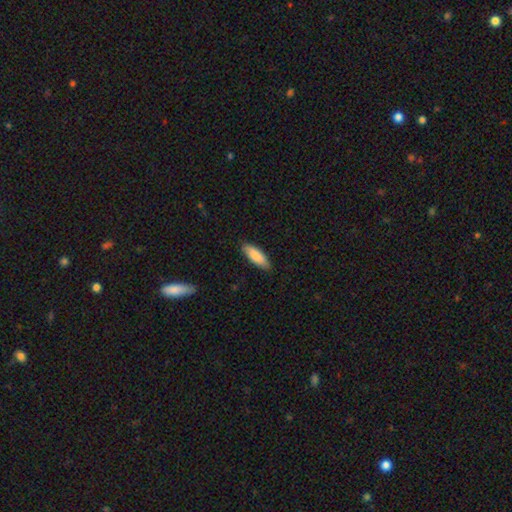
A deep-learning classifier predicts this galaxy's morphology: The model was most divided on "how rounded": in between: 58%, cigar-shaped: 41%, round: 2%. More confident: merging — none (88%); smooth or featured — smooth (86%).